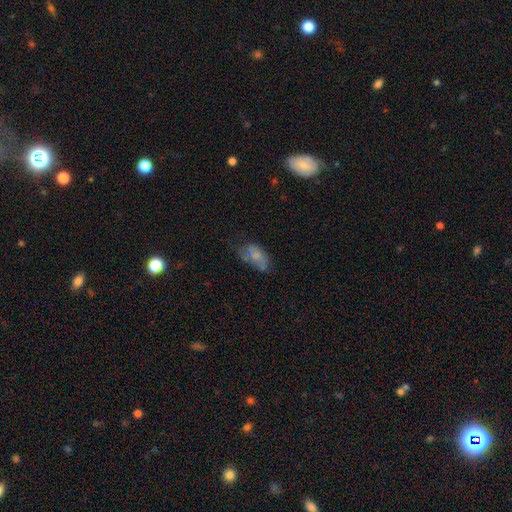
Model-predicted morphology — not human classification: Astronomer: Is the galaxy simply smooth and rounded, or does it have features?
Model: smooth — 60%.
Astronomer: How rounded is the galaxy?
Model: in between — 90%.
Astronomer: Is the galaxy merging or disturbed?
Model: none — 38% (runner-up: minor disturbance, 30%).